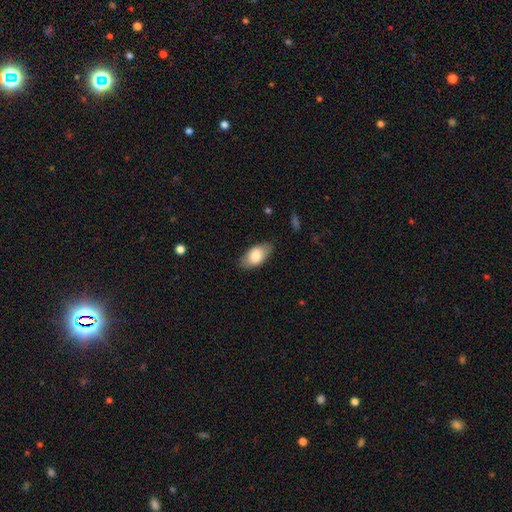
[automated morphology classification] Q: Smooth or featured?
A: smooth (82%); runner-up: featured or disk (12%)
Q: How rounded?
A: in between (93%); runner-up: round (4%)
Q: Merging?
A: none (81%); runner-up: minor disturbance (14%)